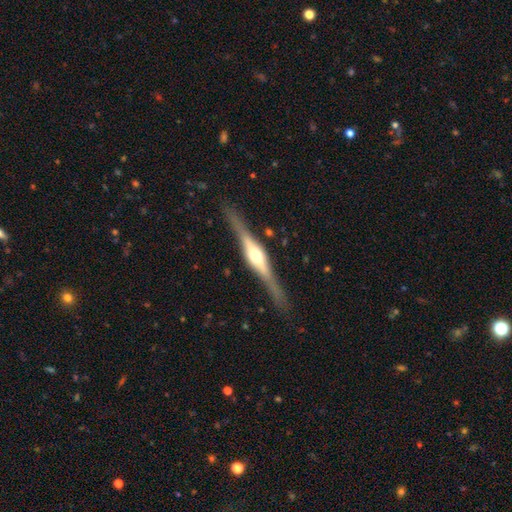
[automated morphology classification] smooth_or_featured: featured or disk (p=0.80) [alt: smooth p=0.15]
disk_edge_on: yes (p=0.97) [alt: no p=0.03]
edge_on_bulge: rounded (p=0.89) [alt: boxy p=0.08]
merging: none (p=0.86) [alt: minor disturbance p=0.10]